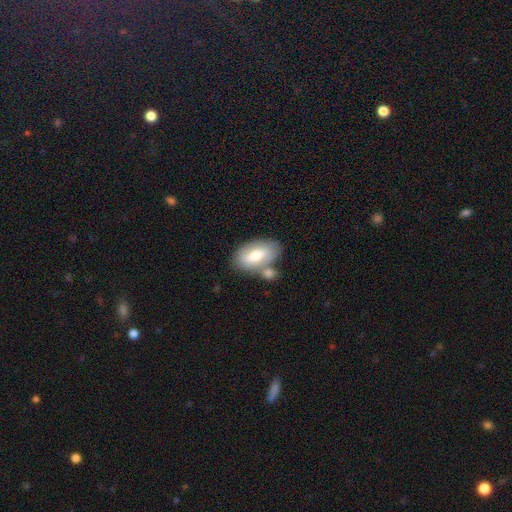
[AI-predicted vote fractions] A smooth galaxy with no disk features (66%) that is in between round and cigar-shaped (92%).

Vote fractions:
- Smooth or featured? smooth: 66% / featured or disk: 28% / star or artifact: 6%
- How rounded? in between: 92% / round: 5% / cigar-shaped: 3%
- Merging? none: 55% / merger: 24% / minor disturbance: 16% / major disturbance: 5%